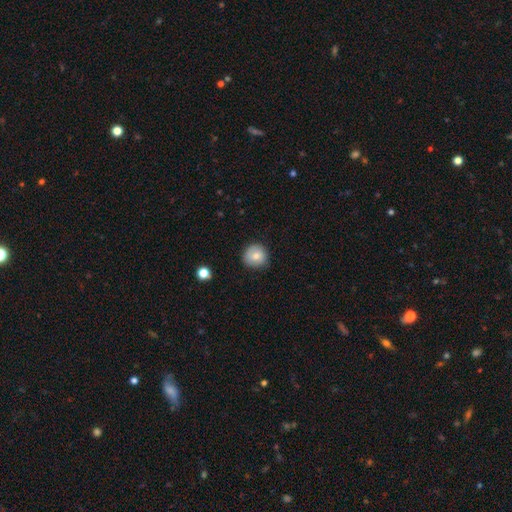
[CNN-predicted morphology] type=smooth (73%); roundness=round (92%); merging=none (85%).